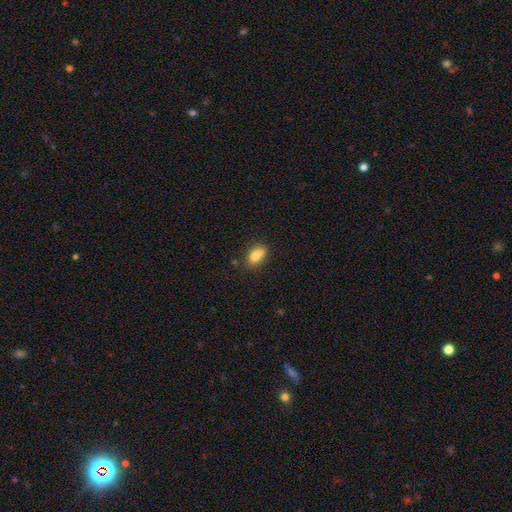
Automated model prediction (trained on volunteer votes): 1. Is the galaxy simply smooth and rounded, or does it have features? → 80% smooth, 11% featured or disk, 9% star or artifact.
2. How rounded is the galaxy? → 76% in between, 22% round, 2% cigar-shaped.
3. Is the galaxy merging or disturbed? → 64% none, 20% minor disturbance, 13% merger, 4% major disturbance.